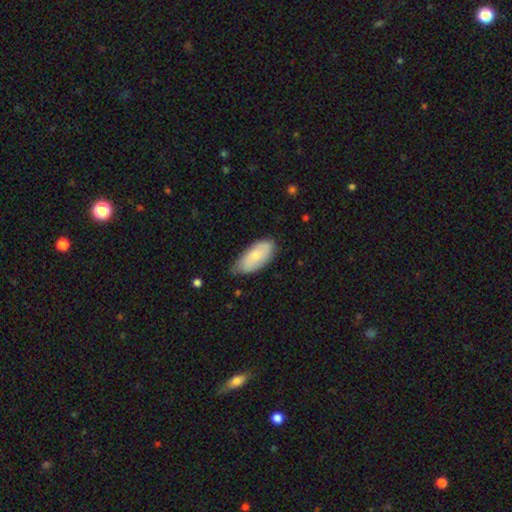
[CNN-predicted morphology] smooth-or-featured: smooth: 70% | featured or disk: 24% | star or artifact: 6%
  how-rounded: in between: 91% | cigar-shaped: 7% | round: 2%
  merging: none: 62% | minor disturbance: 32% | major disturbance: 5% | merger: 1%